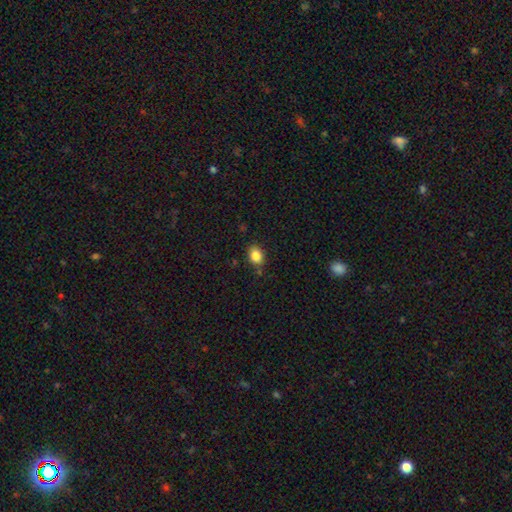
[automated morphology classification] Smooth or featured? Predicted: smooth (p=0.86). How rounded? Predicted: in between (p=0.69). Merging? Predicted: none (p=0.80).